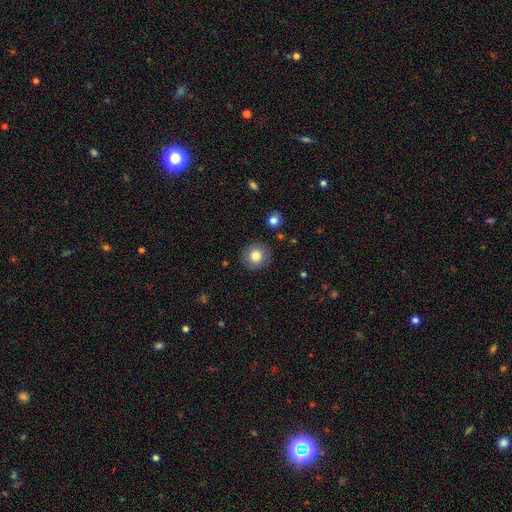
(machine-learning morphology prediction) type=smooth (83%); roundness=round (91%); merging=none (88%).